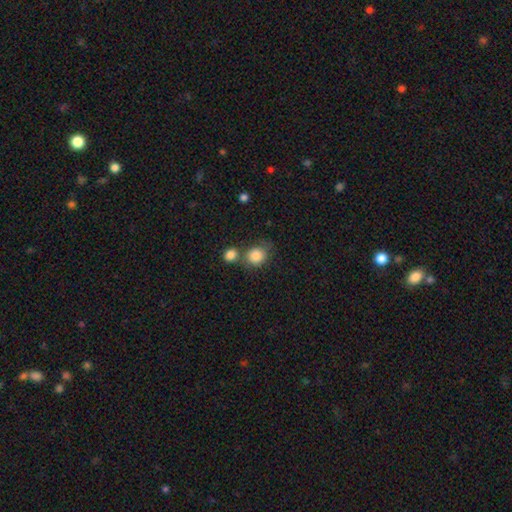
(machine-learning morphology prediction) smooth 85%, star or artifact 8%, featured or disk 7%. Down the decision tree: how rounded — round (76%); merging — none (48%).